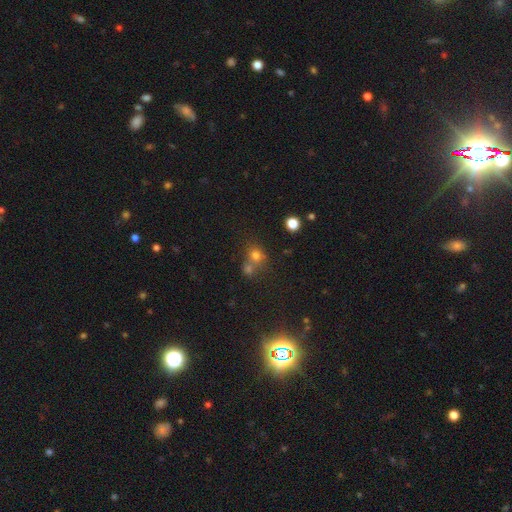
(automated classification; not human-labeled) Smooth or featured? Predicted: smooth (p=0.70). How rounded? Predicted: round (p=0.78). Merging? Predicted: merger (p=0.43, tied with none).